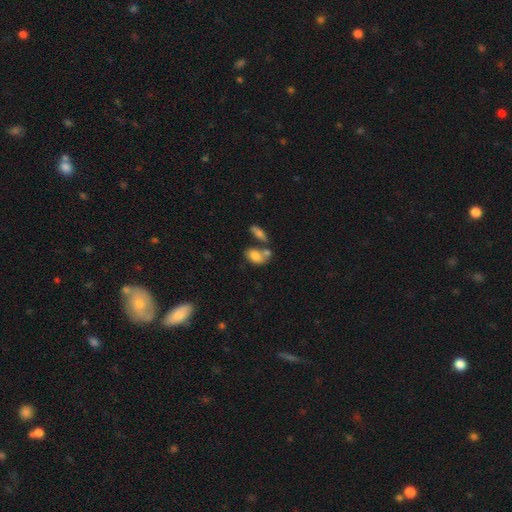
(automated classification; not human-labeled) A smooth galaxy with no disk features (75%) that is in between round and cigar-shaped (86%). Merging: merger (43%).